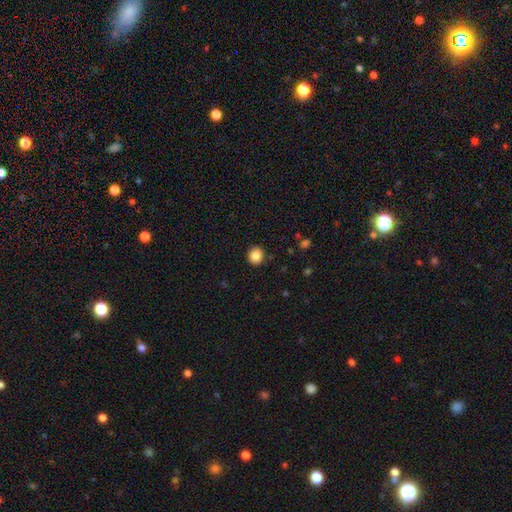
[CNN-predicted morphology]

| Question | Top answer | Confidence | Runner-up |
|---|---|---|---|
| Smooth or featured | smooth | 86% | star or artifact (10%) |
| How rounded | round | 86% | in between (13%) |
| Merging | none | 91% | minor disturbance (6%) |